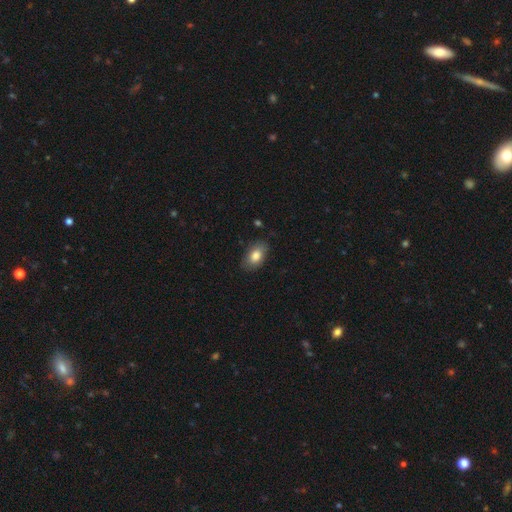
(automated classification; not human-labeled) smooth_or_featured: smooth (p=0.82) [alt: featured or disk p=0.11]
how_rounded: in between (p=0.90) [alt: round p=0.08]
merging: none (p=0.82) [alt: minor disturbance p=0.14]